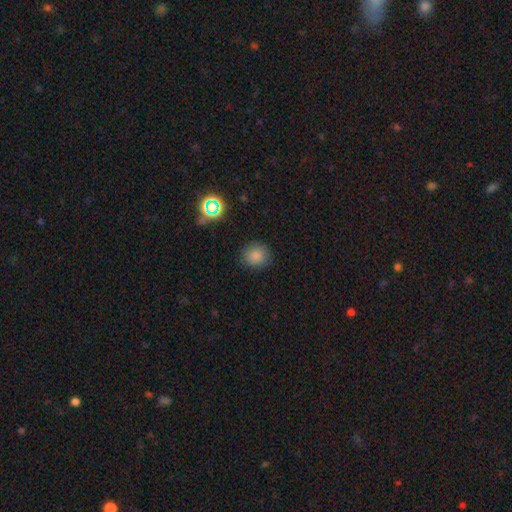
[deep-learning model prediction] Smooth or featured? smooth (81%)
How rounded? round (83%)
Merging? none (86%)